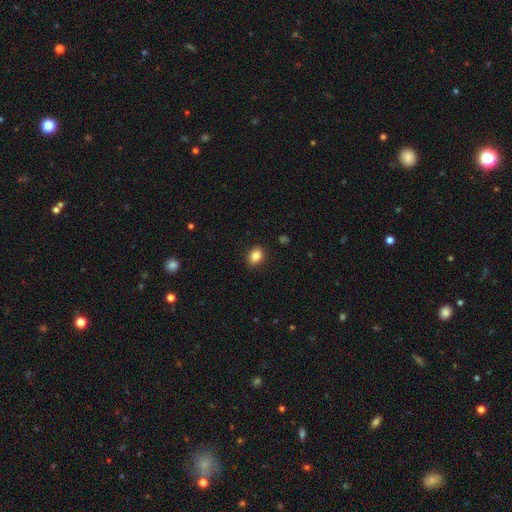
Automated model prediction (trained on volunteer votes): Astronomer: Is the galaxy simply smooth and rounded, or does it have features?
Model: smooth — 86%.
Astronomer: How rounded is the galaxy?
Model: in between — 61% (runner-up: round, 38%).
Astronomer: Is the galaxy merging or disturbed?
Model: none — 88%.